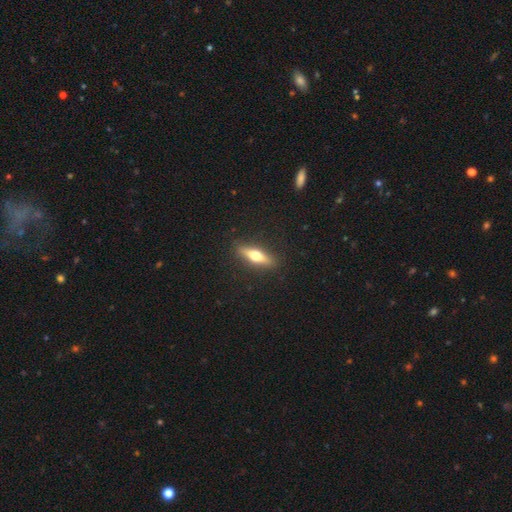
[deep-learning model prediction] smooth 48%, featured or disk 46%, star or artifact 6%. Down the decision tree: merging — none (89%).